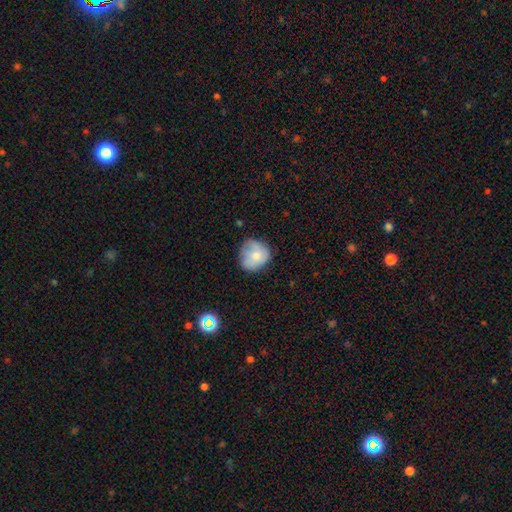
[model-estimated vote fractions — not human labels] A smooth galaxy with no disk features (72%) that is round (80%). Merging: none (63%).